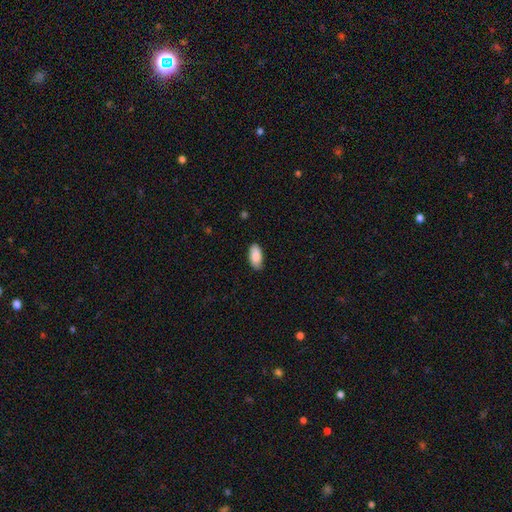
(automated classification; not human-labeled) The model was most divided on "merging": none: 84%, minor disturbance: 13%, major disturbance: 2%, merger: 1%. More confident: how rounded — in between (93%); smooth or featured — smooth (89%).